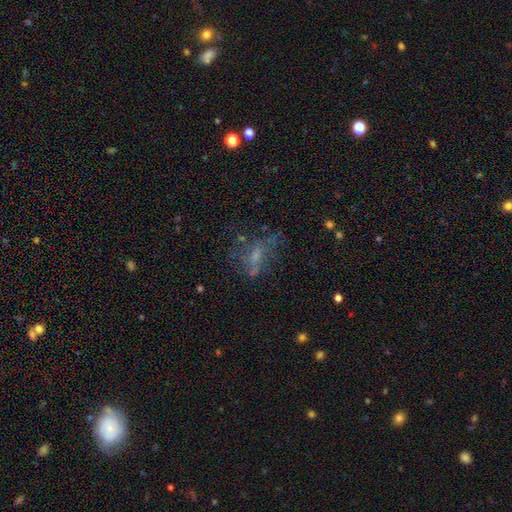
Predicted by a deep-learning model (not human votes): smooth_or_featured: featured or disk (p=0.42) [alt: smooth p=0.36]
merging: none (p=0.42) [alt: major disturbance p=0.33]